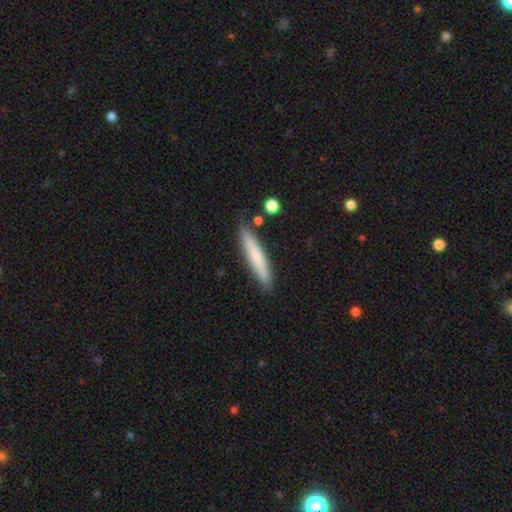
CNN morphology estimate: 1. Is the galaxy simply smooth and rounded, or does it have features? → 69% smooth, 26% featured or disk, 6% star or artifact.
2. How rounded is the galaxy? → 92% cigar-shaped, 7% in between, 1% round.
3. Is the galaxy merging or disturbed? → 83% none, 12% minor disturbance, 3% merger, 2% major disturbance.